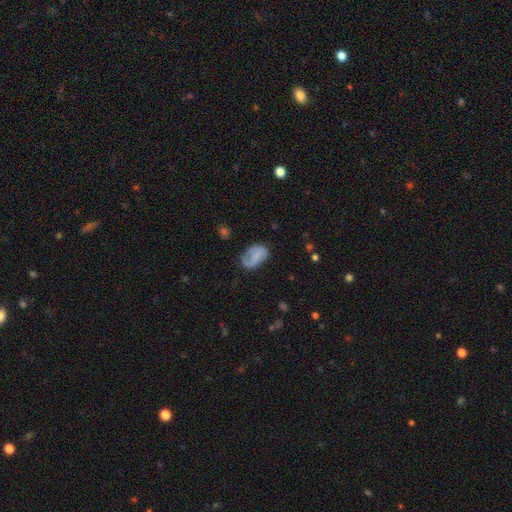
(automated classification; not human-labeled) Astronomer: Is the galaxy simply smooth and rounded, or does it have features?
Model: smooth — 62%.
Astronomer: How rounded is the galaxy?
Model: in between — 87%.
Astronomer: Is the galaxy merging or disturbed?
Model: none — 55%.